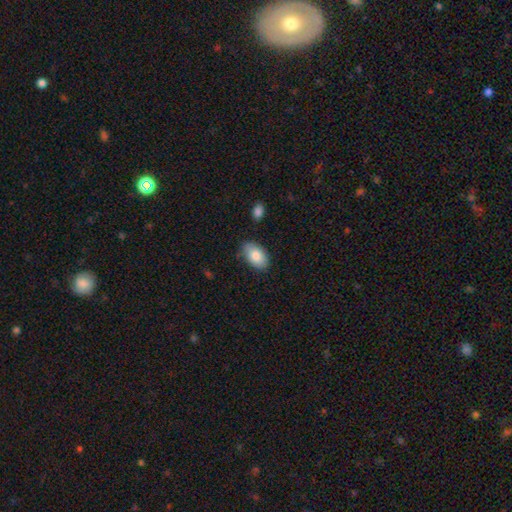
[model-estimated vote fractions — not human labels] Smooth or featured: smooth — 85% (featured or disk — 9%)
How rounded: in between — 93% (round — 6%)
Merging: none — 80% (minor disturbance — 15%)